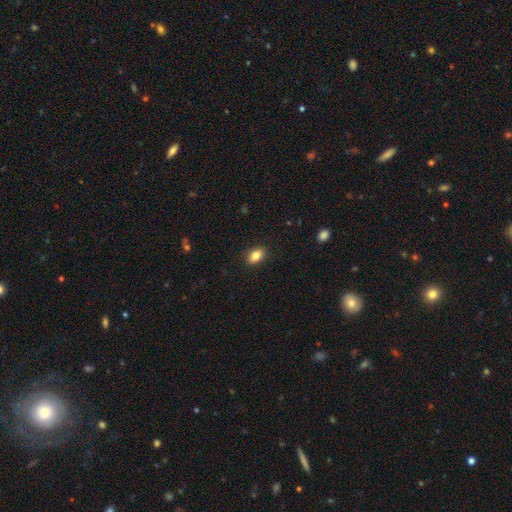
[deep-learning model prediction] smooth_or_featured: smooth (p=0.83) [alt: featured or disk p=0.09]
how_rounded: in between (p=0.87) [alt: round p=0.10]
merging: none (p=0.88) [alt: minor disturbance p=0.09]